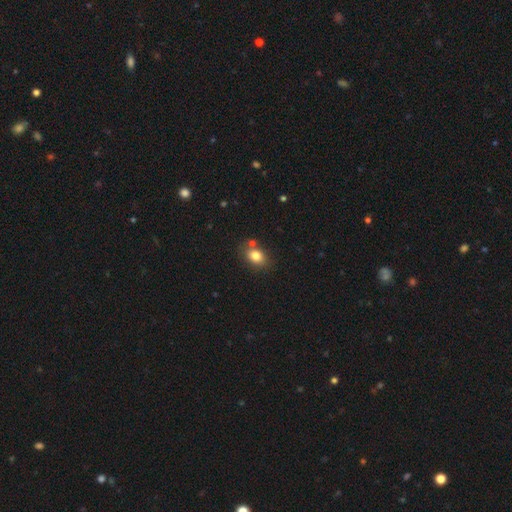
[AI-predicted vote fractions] A smooth galaxy with no disk features (82%) that is in between round and cigar-shaped (69%).

Vote fractions:
- Smooth or featured? smooth: 82% / star or artifact: 10% / featured or disk: 8%
- How rounded? in between: 69% / round: 30% / cigar-shaped: 1%
- Merging? none: 72% / minor disturbance: 13% / merger: 12% / major disturbance: 4%